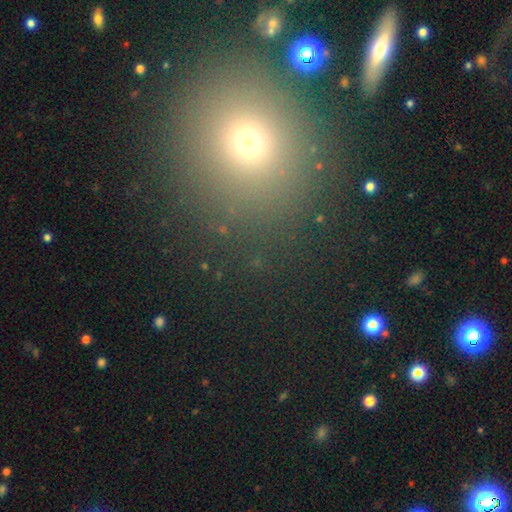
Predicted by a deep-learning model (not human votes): Smooth or featured: smooth — 60% (star or artifact — 32%)
How rounded: round — 85% (in between — 13%)
Merging: none — 86% (minor disturbance — 7%)